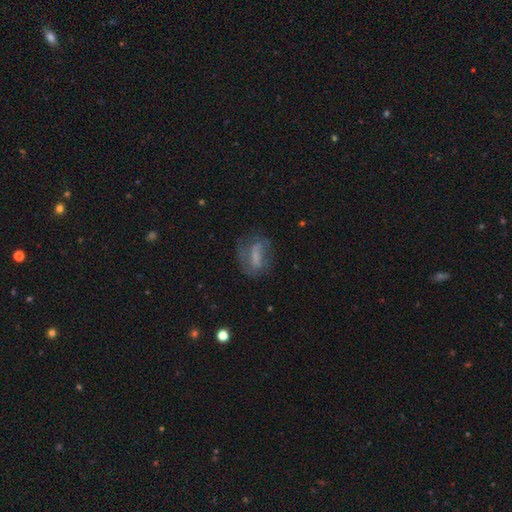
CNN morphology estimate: Smooth or featured: featured or disk — 49% (smooth — 40%)
Merging: none — 55% (minor disturbance — 23%)